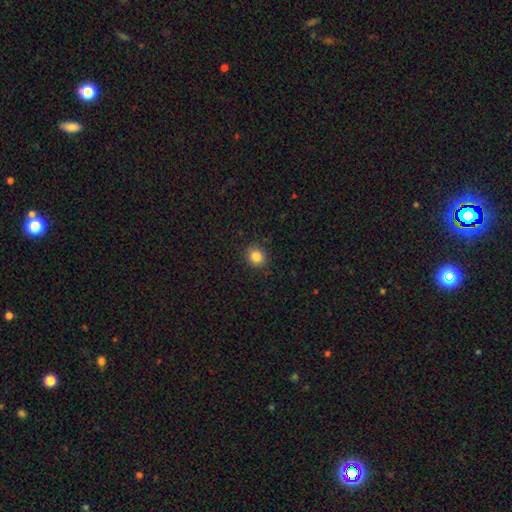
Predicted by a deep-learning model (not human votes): smooth-or-featured: smooth: 85% | star or artifact: 11% | featured or disk: 5%
  how-rounded: round: 82% | in between: 17% | cigar-shaped: 1%
  merging: none: 89% | minor disturbance: 8% | major disturbance: 2% | merger: 1%